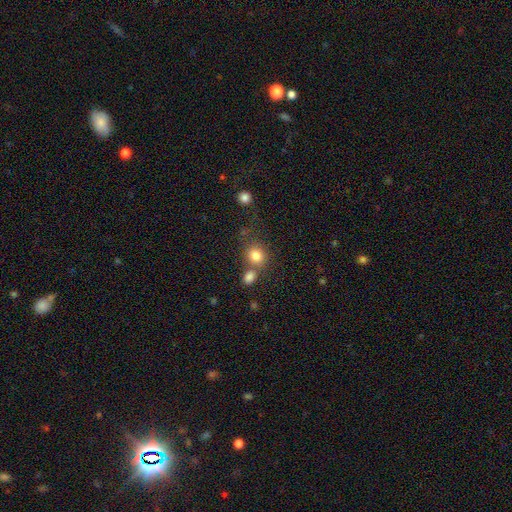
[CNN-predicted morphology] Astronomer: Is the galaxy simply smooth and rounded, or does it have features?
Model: smooth — 80%.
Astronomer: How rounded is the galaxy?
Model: round — 71%.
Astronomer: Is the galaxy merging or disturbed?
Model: none — 55% (runner-up: merger, 30%).